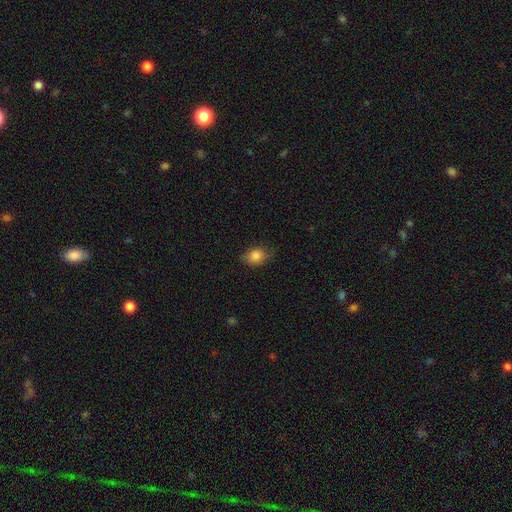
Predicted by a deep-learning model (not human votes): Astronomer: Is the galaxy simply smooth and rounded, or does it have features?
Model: smooth — 84%.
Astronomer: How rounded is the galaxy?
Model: in between — 61% (runner-up: round, 38%).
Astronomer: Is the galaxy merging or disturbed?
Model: none — 72%.